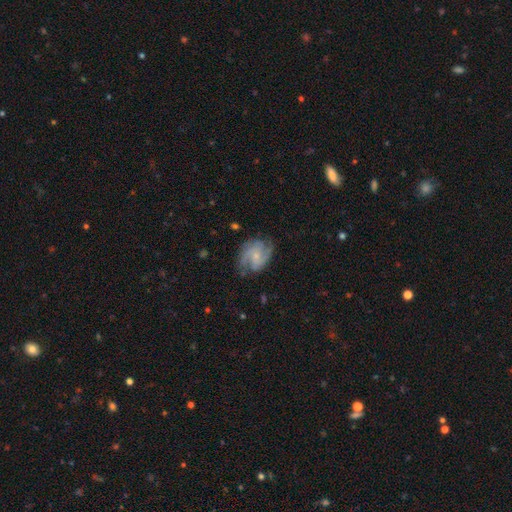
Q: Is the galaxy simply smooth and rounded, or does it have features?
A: featured or disk — 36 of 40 (90%).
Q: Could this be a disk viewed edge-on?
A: no — 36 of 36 (100%).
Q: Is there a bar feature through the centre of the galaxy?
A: no — 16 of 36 (44%).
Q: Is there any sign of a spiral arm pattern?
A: yes — 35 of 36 (97%).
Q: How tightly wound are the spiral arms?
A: medium — 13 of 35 (37%).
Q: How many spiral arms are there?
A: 2 — 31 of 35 (89%).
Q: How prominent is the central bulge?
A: small — 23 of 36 (64%).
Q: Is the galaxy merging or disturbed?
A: none — 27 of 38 (71%).